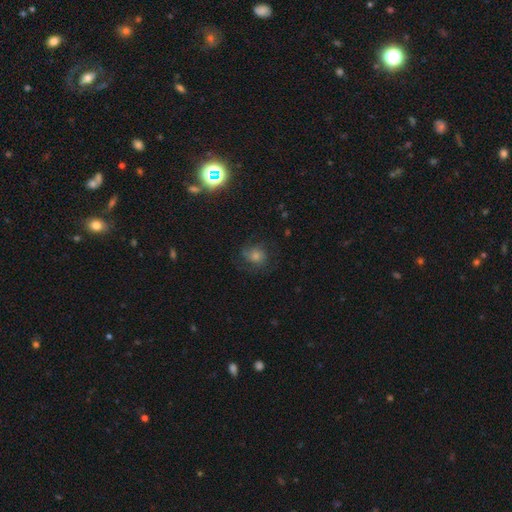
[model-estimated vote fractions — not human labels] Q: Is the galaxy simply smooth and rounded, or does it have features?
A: featured or disk — 40%.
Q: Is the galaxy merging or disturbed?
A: none — 69%.